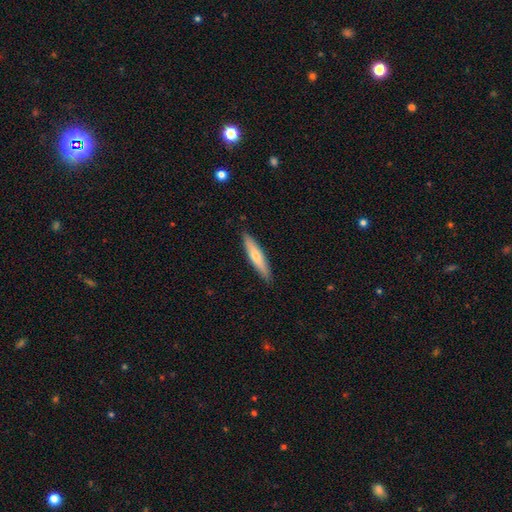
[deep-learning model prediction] Q: Smooth or featured?
A: smooth (61%); runner-up: featured or disk (34%)
Q: How rounded?
A: cigar-shaped (86%); runner-up: in between (13%)
Q: Merging?
A: none (88%); runner-up: minor disturbance (9%)